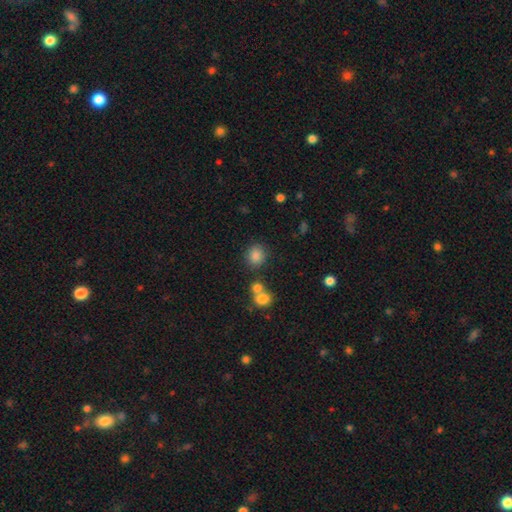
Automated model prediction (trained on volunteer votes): This appears to be a smooth galaxy with no disk features (83%) that is round (75%). Merging: none (75%).